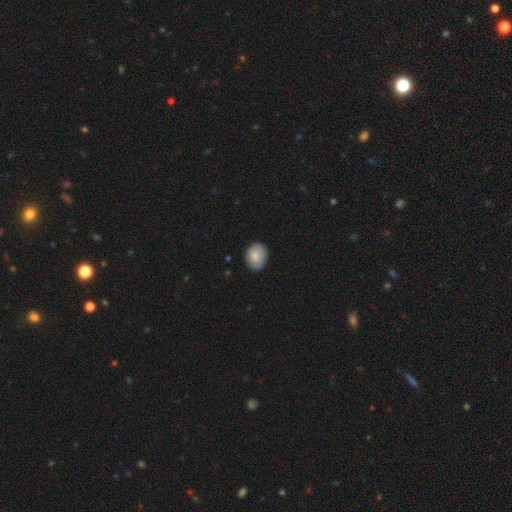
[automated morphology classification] The model was most divided on "how rounded": in between: 57%, round: 42%, cigar-shaped: 1%. More confident: merging — none (85%); smooth or featured — smooth (84%).